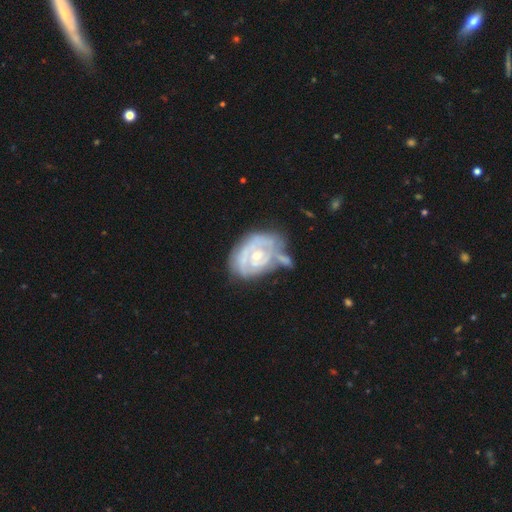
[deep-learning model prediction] Smooth or featured? Predicted: featured or disk (p=0.78). Edge-on disk? Predicted: no (p=0.97). Bar? Predicted: no (p=0.72). Spiral arms? Predicted: yes (p=0.68). Spiral winding? Predicted: tight (p=0.70). Spiral arm count? Predicted: can't tell (p=0.48). Bulge size? Predicted: moderate (p=0.49). Merging? Predicted: none (p=0.33).